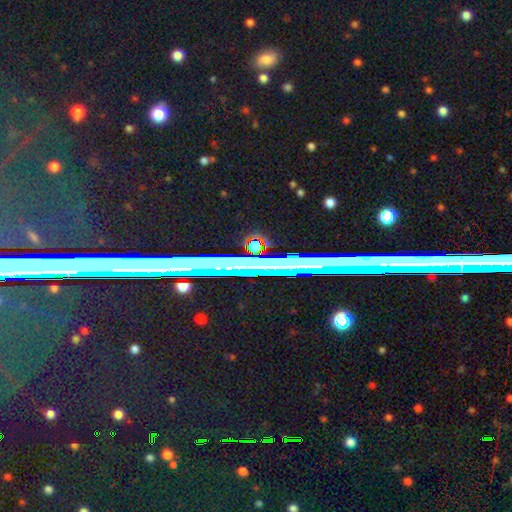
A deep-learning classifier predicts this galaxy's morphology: This appears to be a star or artifact, not a galaxy (62%).